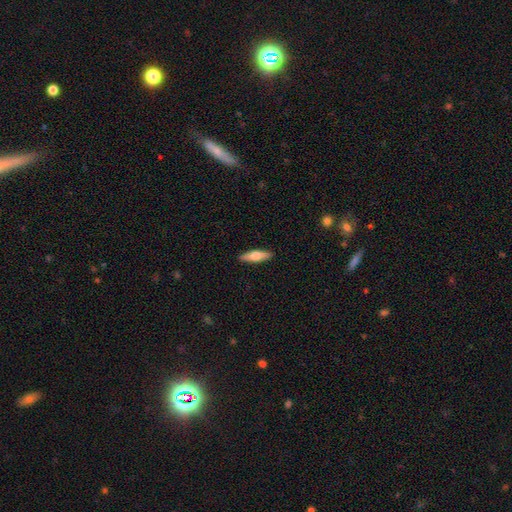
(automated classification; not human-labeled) Overall: smooth (60%; featured or disk 35%). How rounded: cigar-shaped (60%; in between 37%). Merging: none (90%).